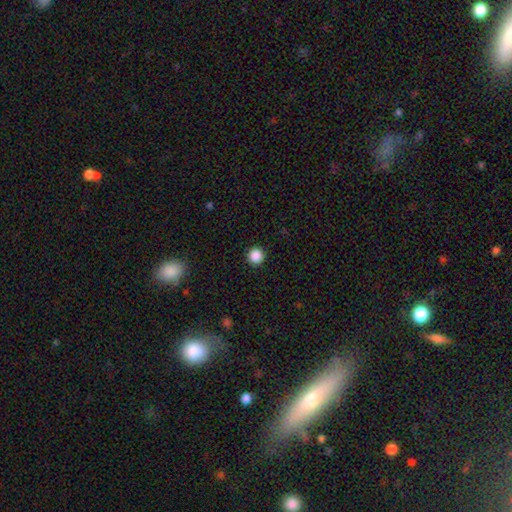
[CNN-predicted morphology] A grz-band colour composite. It shows a smooth galaxy with no disk features (87%) that is round (96%). Merging: none (93%).